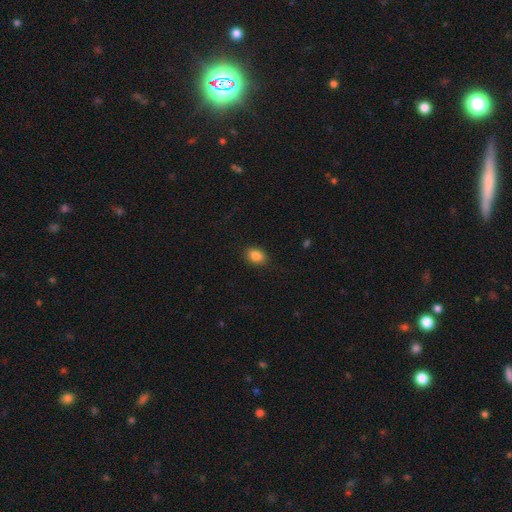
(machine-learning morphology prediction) Smooth or featured? smooth (85%)
How rounded? in between (72%)
Merging? none (88%)